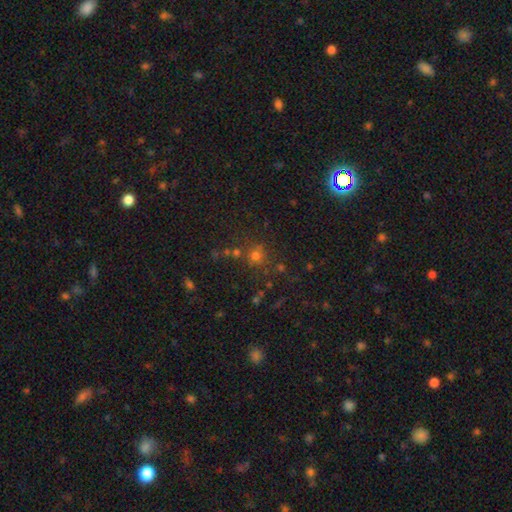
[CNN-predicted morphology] Q: Smooth or featured?
A: smooth (58%); runner-up: star or artifact (32%)
Q: How rounded?
A: round (89%); runner-up: in between (10%)
Q: Merging?
A: none (70%); runner-up: merger (14%)